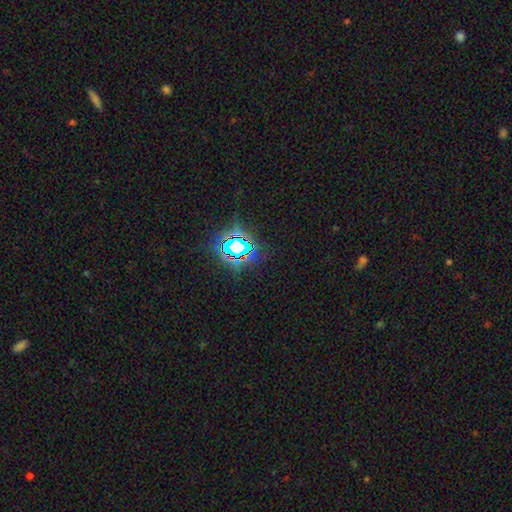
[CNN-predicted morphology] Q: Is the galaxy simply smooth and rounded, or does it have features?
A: star or artifact — 79%.